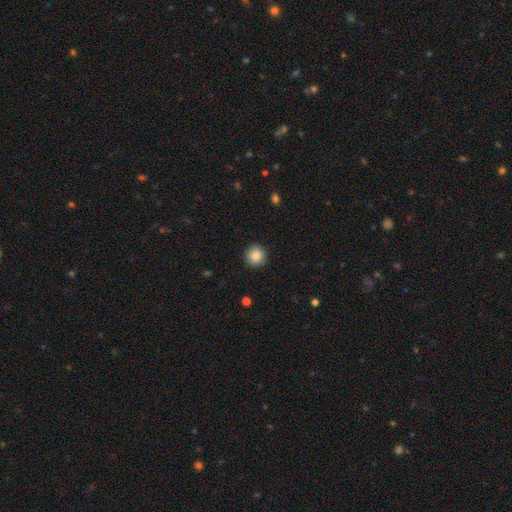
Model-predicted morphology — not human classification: Smooth or featured? Predicted: smooth (p=0.86). How rounded? Predicted: round (p=0.95). Merging? Predicted: none (p=0.92).